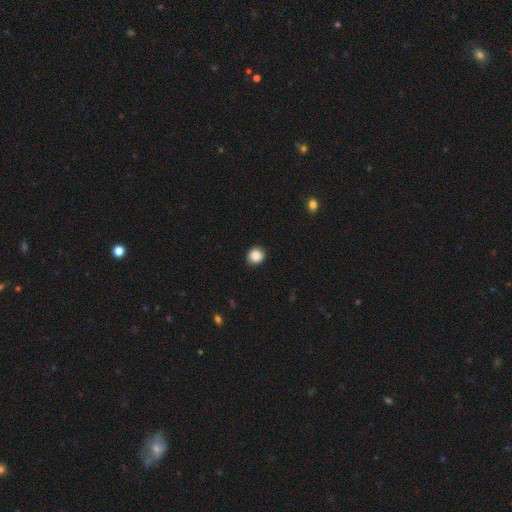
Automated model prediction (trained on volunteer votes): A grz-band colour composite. It shows a smooth galaxy with no disk features (88%) that is round (85%). Merging: none (88%).